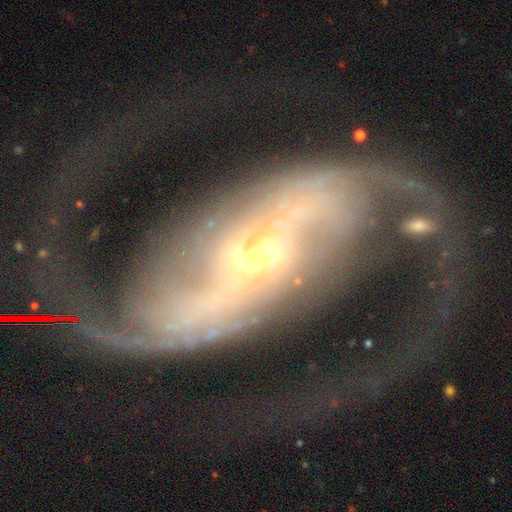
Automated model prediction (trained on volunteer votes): Morphology: type=featured or disk (92%); edge-on=no (97%); bar=strong (67%); spiral arms=yes (97%); winding=medium (53%); arm count=2 (94%); bulge=small (59%); merging=none (77%).